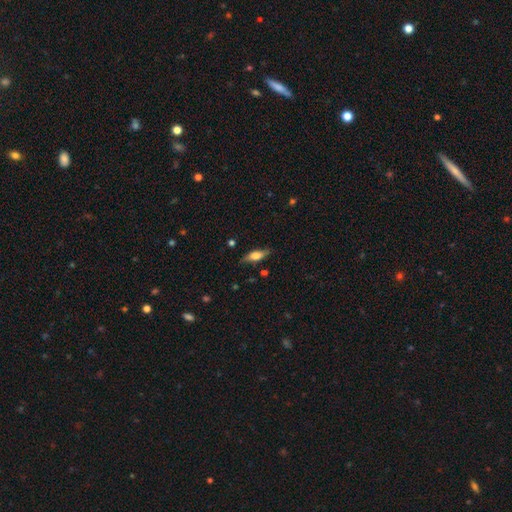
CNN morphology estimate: smooth-or-featured: smooth: 60% | featured or disk: 33% | star or artifact: 7%
  how-rounded: in between: 63% | cigar-shaped: 34% | round: 3%
  merging: none: 77% | minor disturbance: 17% | major disturbance: 4% | merger: 2%